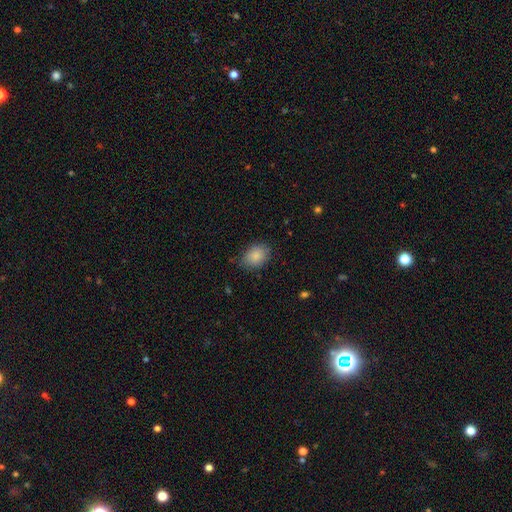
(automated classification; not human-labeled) Smooth or featured? Predicted: smooth (p=0.87). How rounded? Predicted: in between (p=0.69). Merging? Predicted: none (p=0.78).